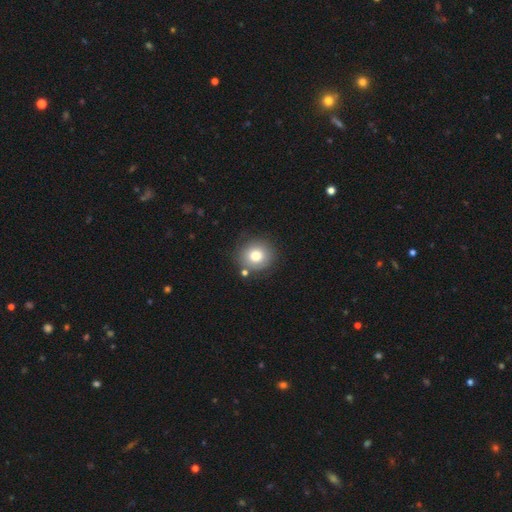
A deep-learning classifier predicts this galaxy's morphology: Smooth or featured? smooth (79%)
How rounded? round (88%)
Merging? none (82%)